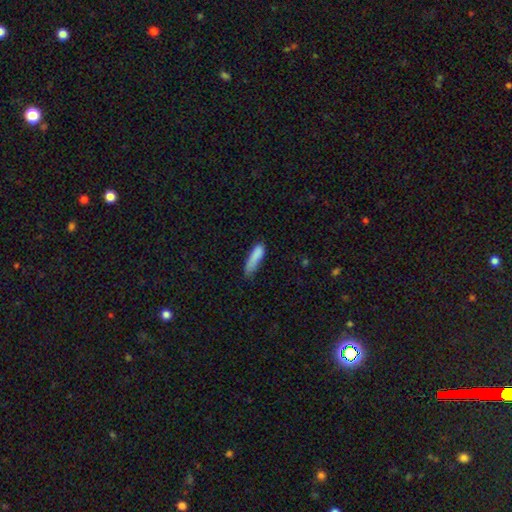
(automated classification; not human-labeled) A smooth galaxy with no disk features (84%) that is cigar-shaped (71%). Merging: none (51%).